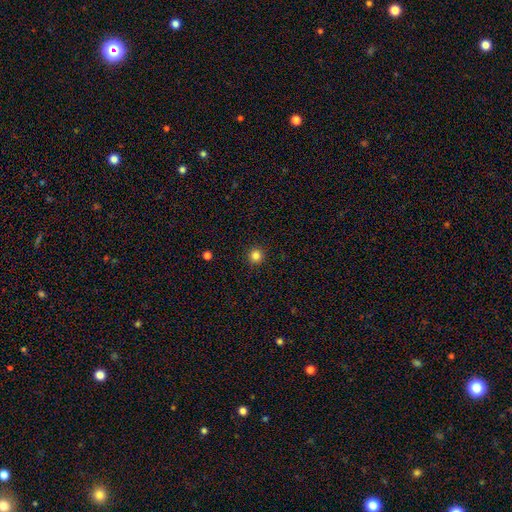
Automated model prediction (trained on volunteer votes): This appears to be a smooth galaxy with no disk features (84%) that is round (96%). Merging: none (93%).